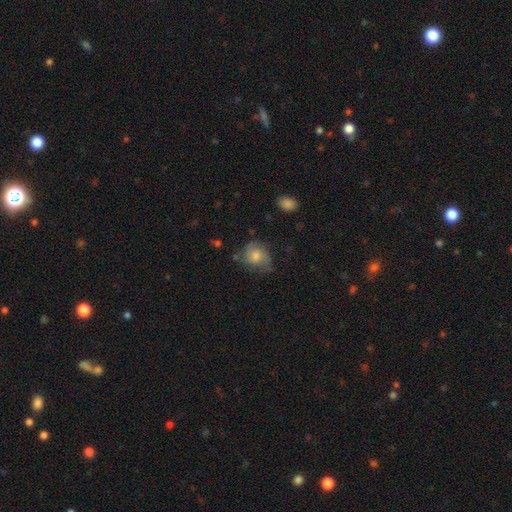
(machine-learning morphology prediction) Q: Smooth or featured?
A: smooth (55%); runner-up: featured or disk (35%)
Q: How rounded?
A: round (60%); runner-up: in between (39%)
Q: Merging?
A: none (60%); runner-up: minor disturbance (26%)